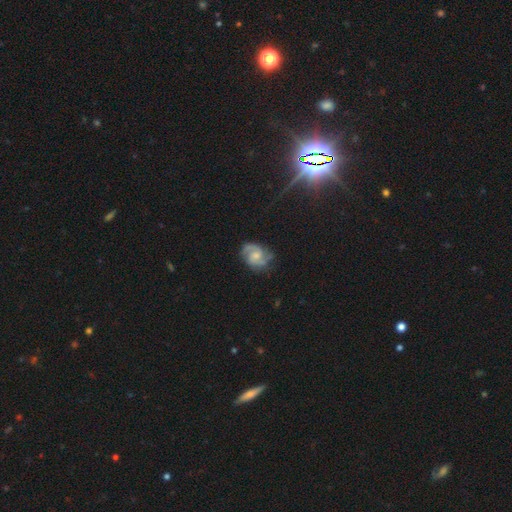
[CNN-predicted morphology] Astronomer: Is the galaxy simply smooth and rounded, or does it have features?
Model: featured or disk — 82%.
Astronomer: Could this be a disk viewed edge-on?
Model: no — 98%.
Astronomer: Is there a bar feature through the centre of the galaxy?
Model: no — 57% (runner-up: weak, 38%).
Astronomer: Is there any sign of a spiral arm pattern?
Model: yes — 96%.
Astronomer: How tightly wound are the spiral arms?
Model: medium — 53% (runner-up: tight, 30%).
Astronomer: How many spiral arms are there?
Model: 2 — 85%.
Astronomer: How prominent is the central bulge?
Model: small — 45% (runner-up: moderate, 42%).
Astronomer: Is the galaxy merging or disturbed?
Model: none — 74%.